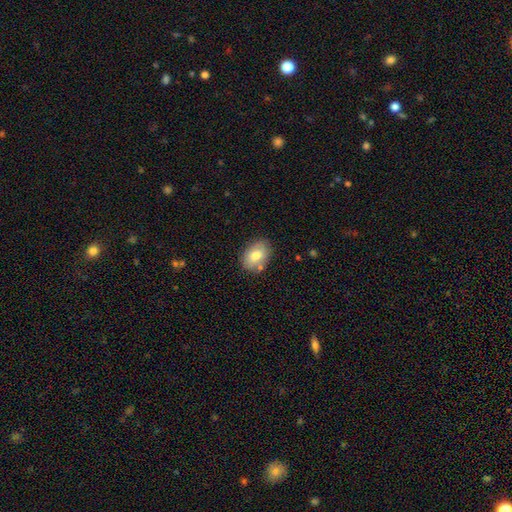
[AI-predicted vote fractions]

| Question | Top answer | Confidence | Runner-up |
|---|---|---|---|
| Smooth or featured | smooth | 77% | featured or disk (16%) |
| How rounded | in between | 82% | round (17%) |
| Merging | none | 77% | minor disturbance (14%) |